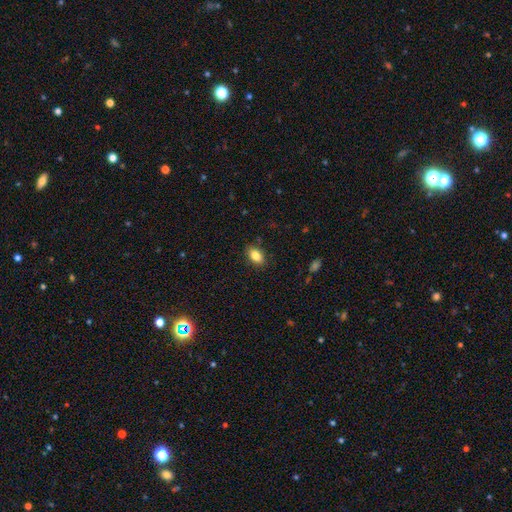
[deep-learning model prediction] The model was most divided on "how rounded": in between: 87%, round: 12%, cigar-shaped: 2%. More confident: merging — none (87%); smooth or featured — smooth (85%).